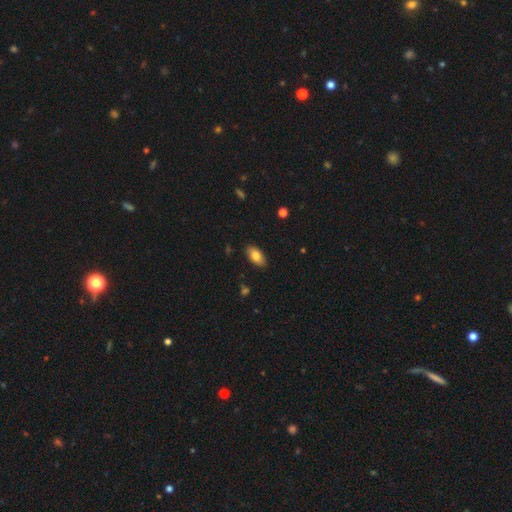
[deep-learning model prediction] Smooth or featured? Predicted: smooth (p=0.83). How rounded? Predicted: in between (p=0.93). Merging? Predicted: none (p=0.86).